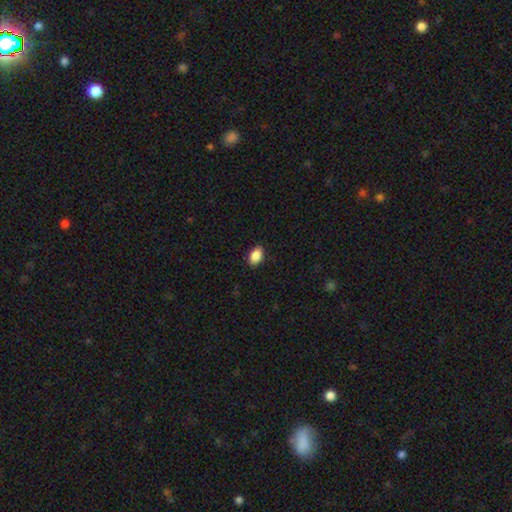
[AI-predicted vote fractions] Q: Smooth or featured?
A: smooth (89%); runner-up: star or artifact (8%)
Q: How rounded?
A: in between (87%); runner-up: round (12%)
Q: Merging?
A: none (88%); runner-up: minor disturbance (9%)